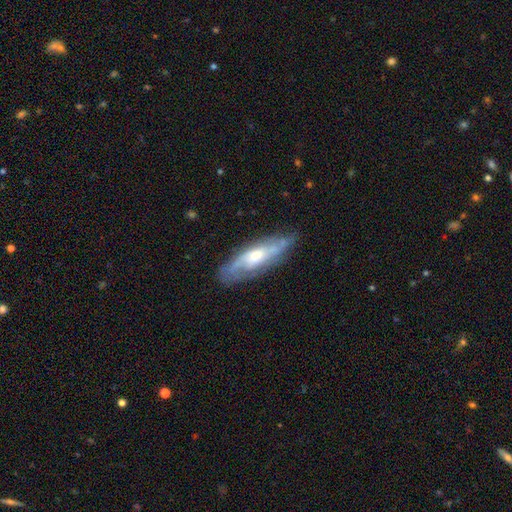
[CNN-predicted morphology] A featured or disk galaxy (70%). Merging: none (73%).